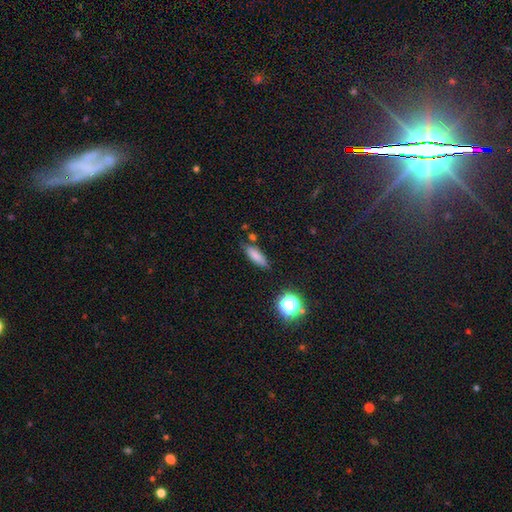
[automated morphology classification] This appears to be a smooth galaxy with no disk features (79%) that is in between round and cigar-shaped (50%). Merging: none (74%).